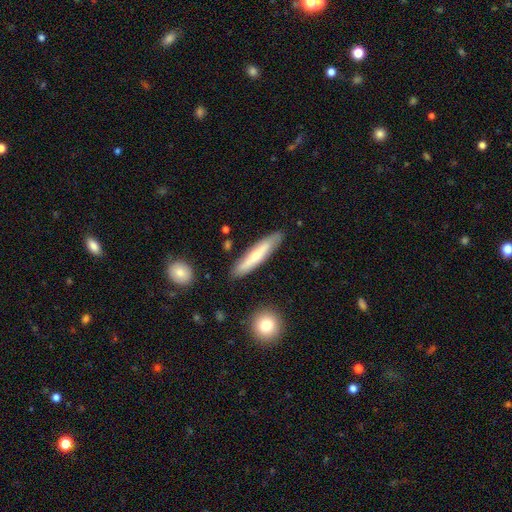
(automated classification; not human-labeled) Smooth or featured? Predicted: smooth (p=0.57). How rounded? Predicted: cigar-shaped (p=0.87). Merging? Predicted: none (p=0.85).